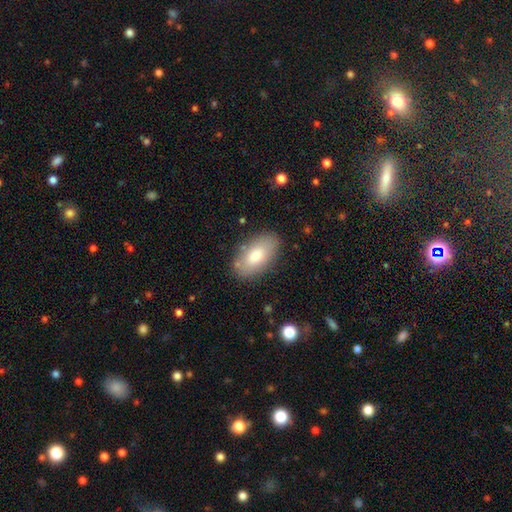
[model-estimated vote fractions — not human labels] Smooth or featured? Predicted: smooth (p=0.80). How rounded? Predicted: in between (p=0.94). Merging? Predicted: none (p=0.81).